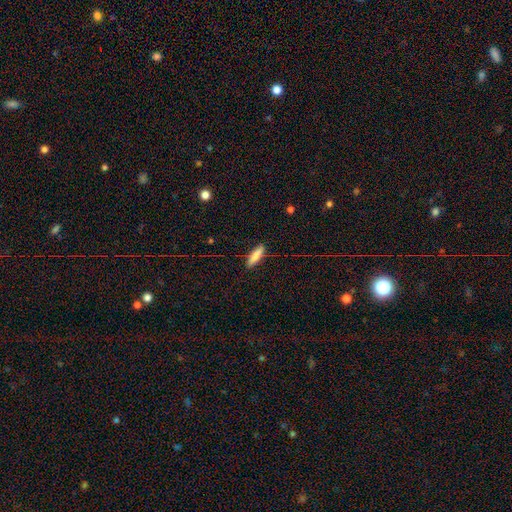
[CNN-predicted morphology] Smooth or featured? smooth (77%)
How rounded? cigar-shaped (67%)
Merging? none (87%)